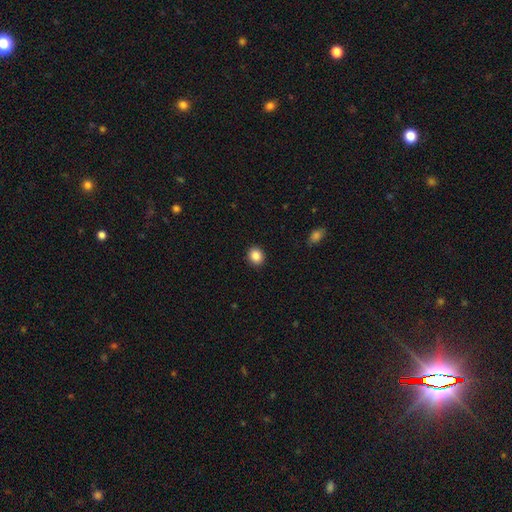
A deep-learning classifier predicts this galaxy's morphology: Smooth or featured: smooth — 87% (star or artifact — 9%)
How rounded: round — 72% (in between — 27%)
Merging: none — 91% (minor disturbance — 6%)